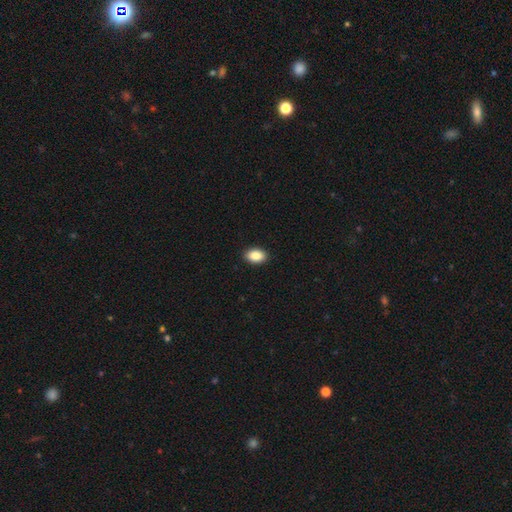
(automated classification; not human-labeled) Smooth or featured? smooth (89%)
How rounded? in between (87%)
Merging? none (91%)